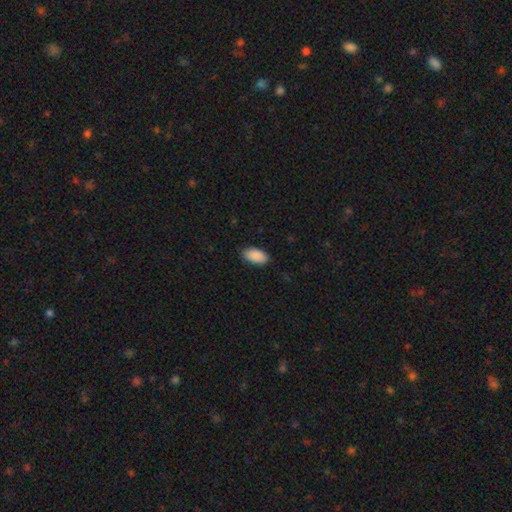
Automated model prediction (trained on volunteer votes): Smooth or featured: smooth — 91% (star or artifact — 6%)
How rounded: in between — 95% (cigar-shaped — 3%)
Merging: none — 87% (minor disturbance — 10%)